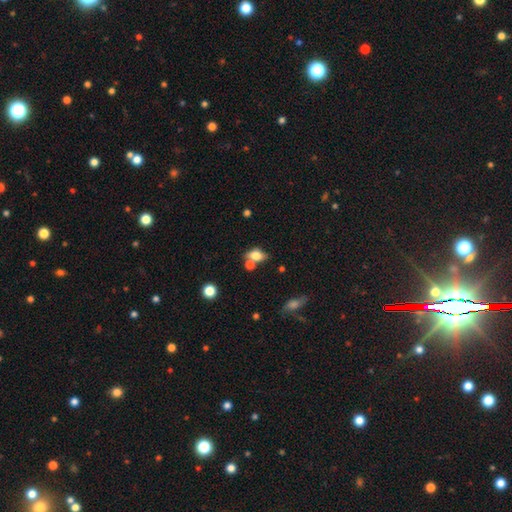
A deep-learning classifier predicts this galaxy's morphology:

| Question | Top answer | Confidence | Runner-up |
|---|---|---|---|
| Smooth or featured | smooth | 72% | featured or disk (18%) |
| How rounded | in between | 78% | round (16%) |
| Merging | none | 51% | merger (30%) |